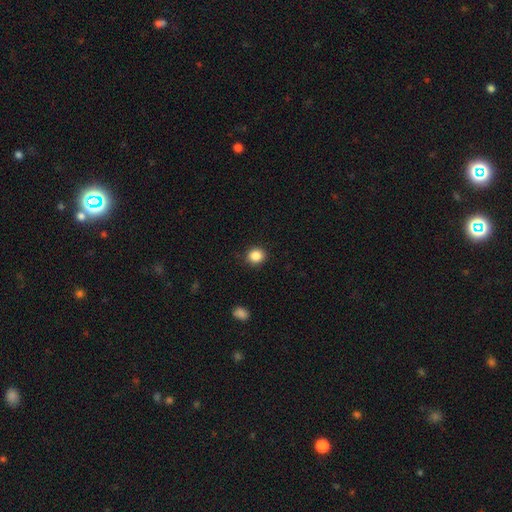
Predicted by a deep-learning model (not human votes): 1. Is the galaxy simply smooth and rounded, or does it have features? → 86% smooth, 10% star or artifact, 4% featured or disk.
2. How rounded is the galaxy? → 83% round, 16% in between, 1% cigar-shaped.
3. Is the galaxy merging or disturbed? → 90% none, 6% minor disturbance, 2% major disturbance, 1% merger.